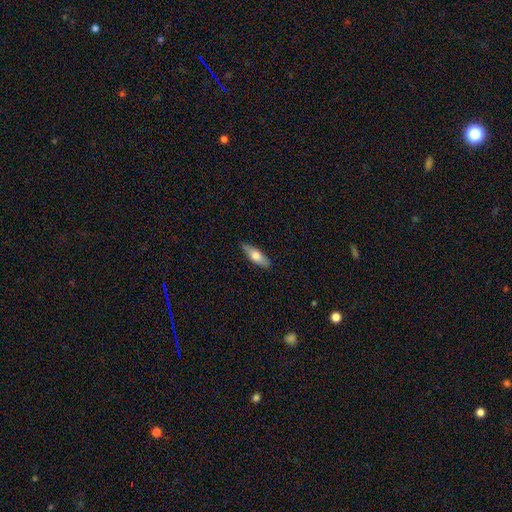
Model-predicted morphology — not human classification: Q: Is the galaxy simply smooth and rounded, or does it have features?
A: smooth — 68%.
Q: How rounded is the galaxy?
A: in between — 54%.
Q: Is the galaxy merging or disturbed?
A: none — 84%.